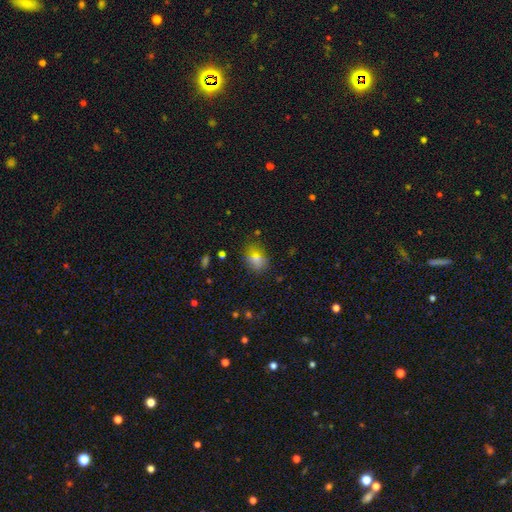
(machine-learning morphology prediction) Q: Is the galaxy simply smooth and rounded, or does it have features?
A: smooth — 64%.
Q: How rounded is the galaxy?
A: in between — 56%.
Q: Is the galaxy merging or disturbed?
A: none — 78%.